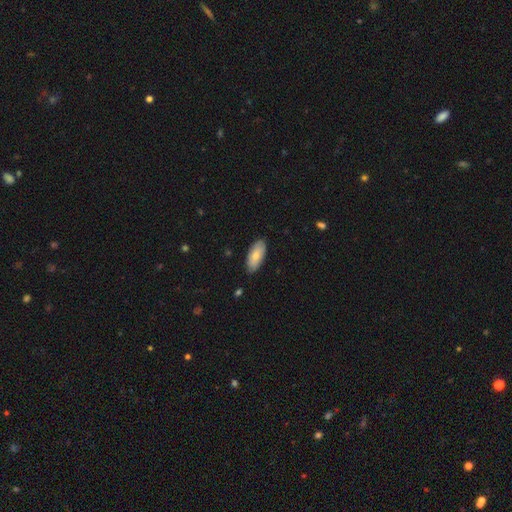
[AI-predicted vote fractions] A smooth galaxy with no disk features (73%) that is in between round and cigar-shaped (89%). Merging: none (85%).